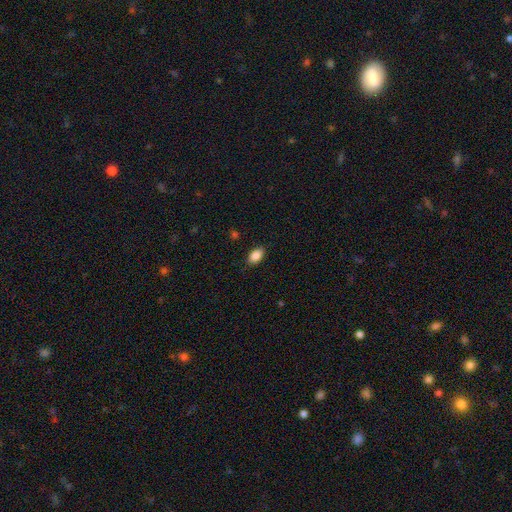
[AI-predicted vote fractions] smooth 87%, star or artifact 8%, featured or disk 6%. Down the decision tree: how rounded — in between (90%); merging — none (86%).